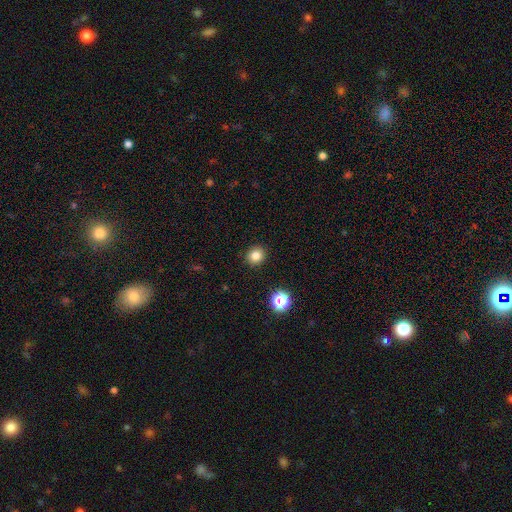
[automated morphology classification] A smooth galaxy with no disk features (82%) that is round (85%).

Vote fractions:
- Smooth or featured? smooth: 82% / star or artifact: 13% / featured or disk: 5%
- How rounded? round: 85% / in between: 14% / cigar-shaped: 1%
- Merging? none: 91% / minor disturbance: 6% / major disturbance: 2% / merger: 1%